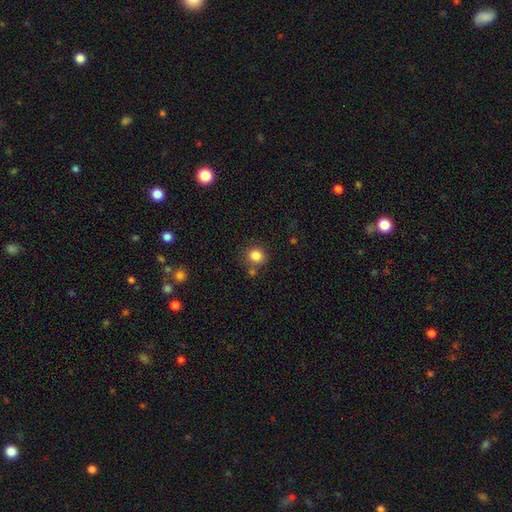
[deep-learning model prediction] Smooth or featured?
  - smooth: 84% *
  - star or artifact: 11%
  - featured or disk: 5%
How rounded?
  - round: 84% *
  - in between: 15%
  - cigar-shaped: 1%
Merging?
  - none: 76% *
  - minor disturbance: 11%
  - merger: 9%
  - major disturbance: 4%